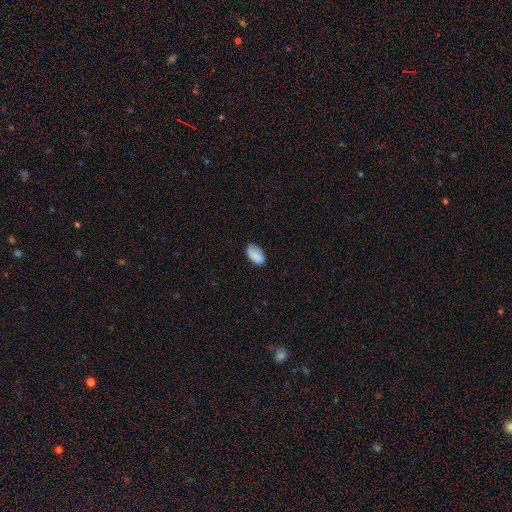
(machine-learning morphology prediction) smooth 82%, featured or disk 10%, star or artifact 8%. Down the decision tree: how rounded — in between (93%); merging — none (68%).